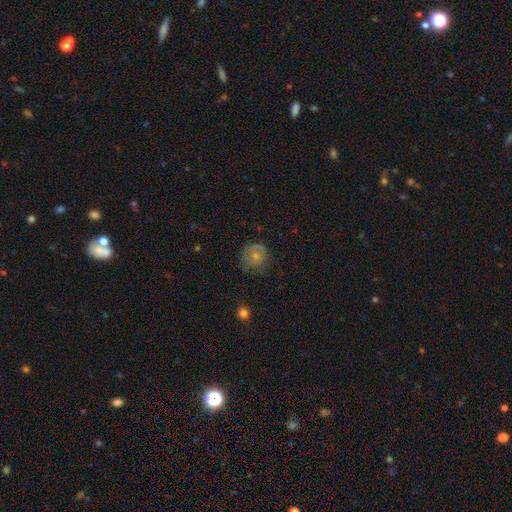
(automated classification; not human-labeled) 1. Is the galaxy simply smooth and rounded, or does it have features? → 63% smooth, 27% featured or disk, 10% star or artifact.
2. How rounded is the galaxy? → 85% round, 14% in between, 1% cigar-shaped.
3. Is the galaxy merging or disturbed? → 65% none, 24% minor disturbance, 10% major disturbance, 1% merger.